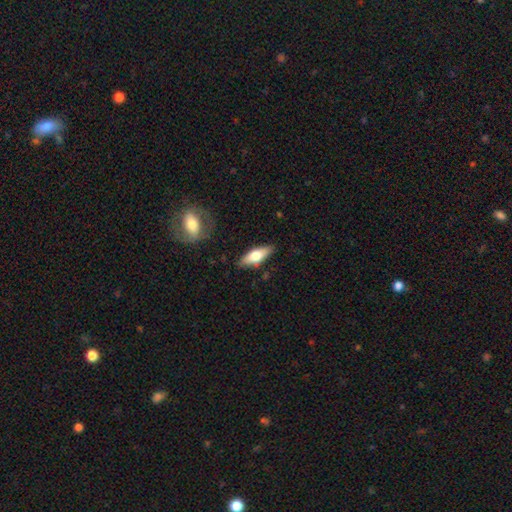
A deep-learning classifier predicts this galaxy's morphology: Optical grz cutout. It shows a smooth galaxy with no disk features (59%) that is in between round and cigar-shaped (60%). Merging: none (85%).